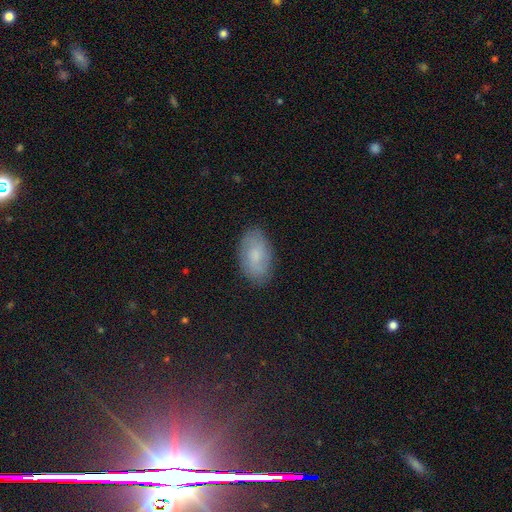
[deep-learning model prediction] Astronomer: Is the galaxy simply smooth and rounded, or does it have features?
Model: smooth — 67%.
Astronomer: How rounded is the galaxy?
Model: in between — 93%.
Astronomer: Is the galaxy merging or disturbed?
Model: none — 83%.